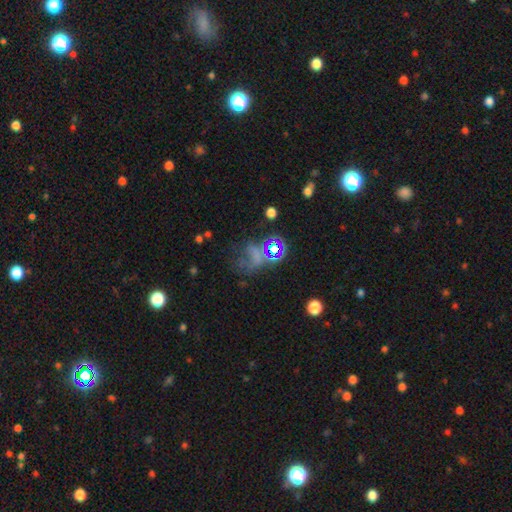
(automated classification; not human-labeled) Q: Smooth or featured?
A: star or artifact (40%); runner-up: smooth (36%)